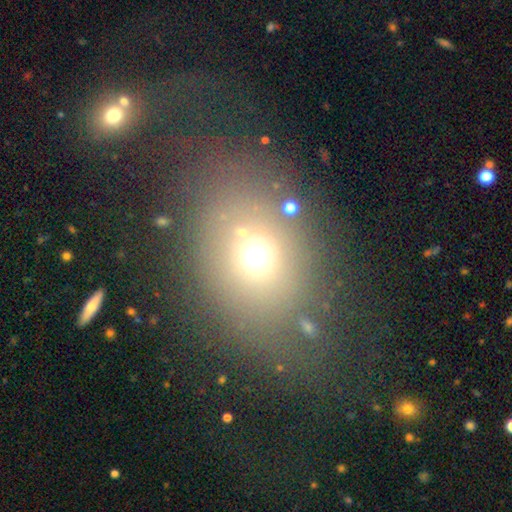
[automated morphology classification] smooth 65%, star or artifact 22%, featured or disk 13%. Down the decision tree: how rounded — round (57%); merging — none (70%).